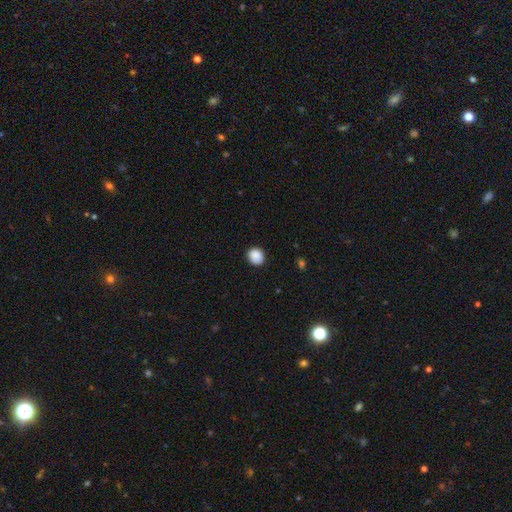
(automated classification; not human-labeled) Smooth or featured: smooth — 89% (star or artifact — 8%)
How rounded: round — 77% (in between — 22%)
Merging: none — 88% (minor disturbance — 9%)